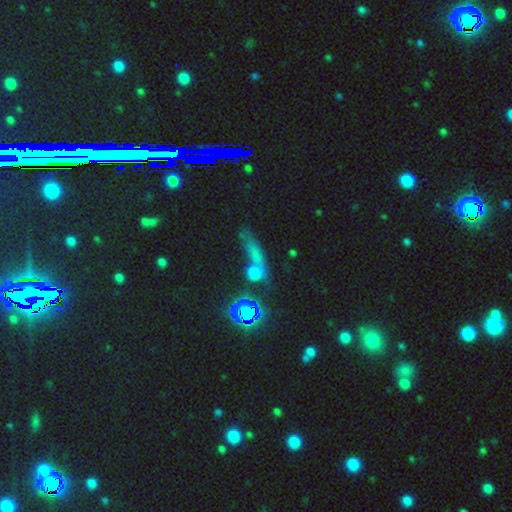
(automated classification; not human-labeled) A smooth galaxy with no disk features (44%).

Vote fractions:
- Smooth or featured? smooth: 44% / star or artifact: 41% / featured or disk: 15%
- Merging? none: 56% / merger: 18% / minor disturbance: 14% / major disturbance: 12%